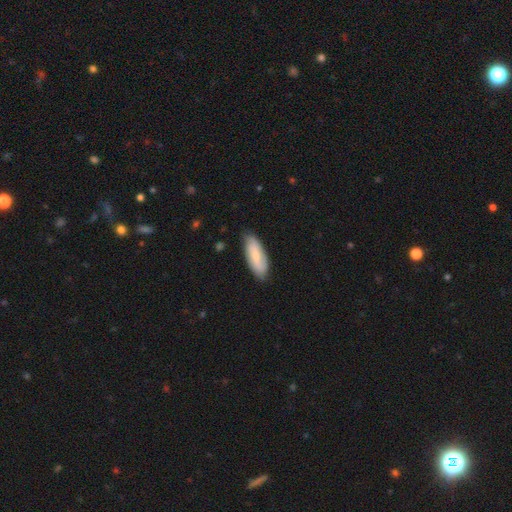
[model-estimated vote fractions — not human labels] Q: Smooth or featured?
A: smooth (61%); runner-up: featured or disk (33%)
Q: How rounded?
A: in between (73%); runner-up: cigar-shaped (25%)
Q: Merging?
A: none (82%); runner-up: minor disturbance (14%)